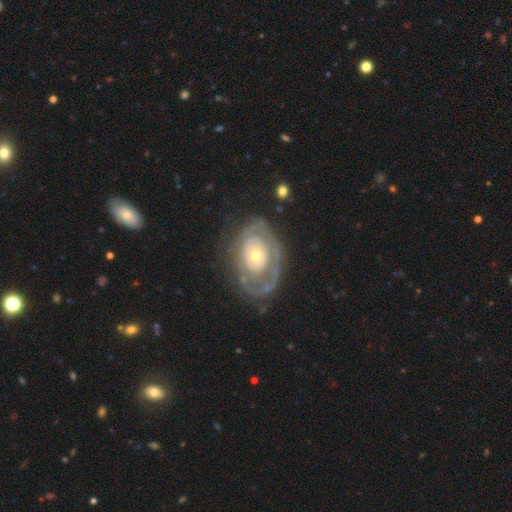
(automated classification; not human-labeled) Morphology: type=featured or disk (76%); edge-on=no (95%); bar=no (86%); spiral arms=yes (56%); bulge=moderate (48%); merging=none (62%).